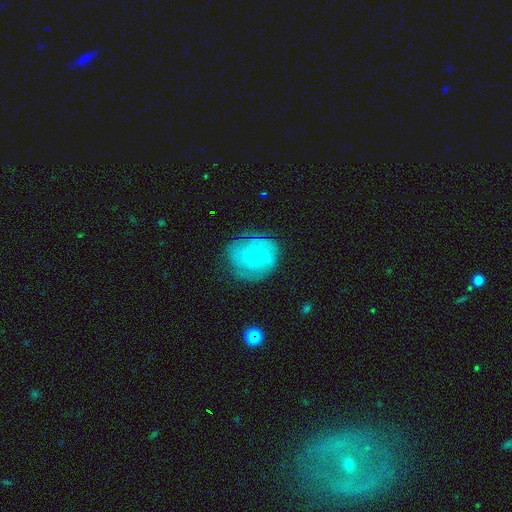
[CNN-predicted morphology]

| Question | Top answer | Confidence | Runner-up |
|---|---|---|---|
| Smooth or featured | featured or disk | 80% | smooth (14%) |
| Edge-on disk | no | 98% | yes (2%) |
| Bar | no | 56% | weak (39%) |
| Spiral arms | yes | 96% | no (4%) |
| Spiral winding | tight | 61% | medium (32%) |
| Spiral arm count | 2 | 38% | 3 (24%) |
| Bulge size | small | 63% | none (20%) |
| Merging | none | 76% | minor disturbance (17%) |